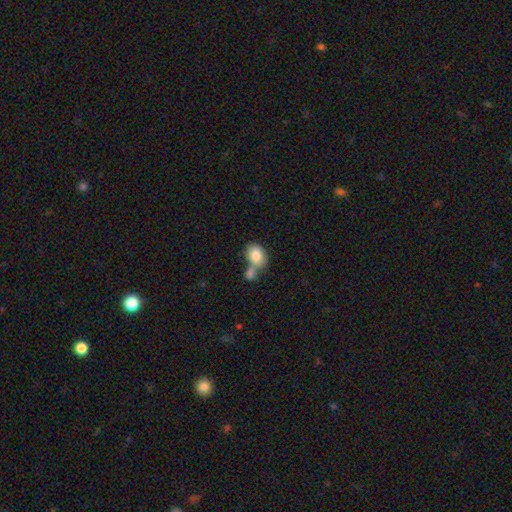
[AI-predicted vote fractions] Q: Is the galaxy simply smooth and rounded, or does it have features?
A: smooth — 83%.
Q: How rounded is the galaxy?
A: in between — 74%.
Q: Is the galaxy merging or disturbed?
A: merger — 52%.